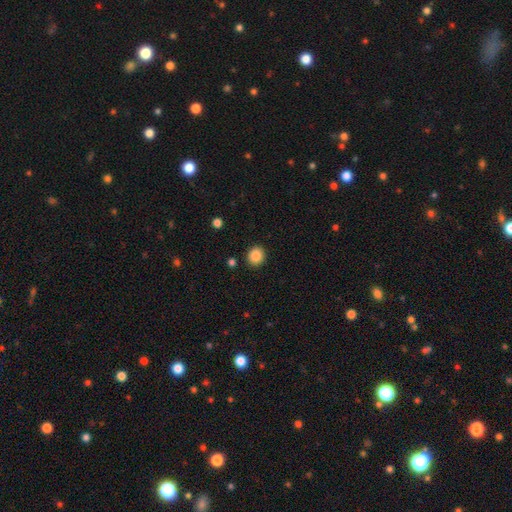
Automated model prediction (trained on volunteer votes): Smooth or featured? Predicted: smooth (p=0.87). How rounded? Predicted: round (p=0.79). Merging? Predicted: none (p=0.90).